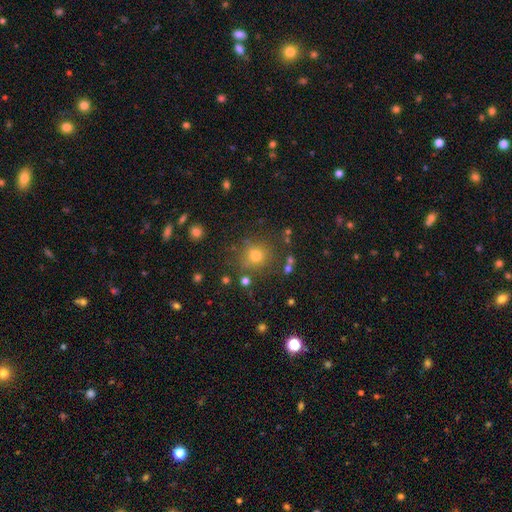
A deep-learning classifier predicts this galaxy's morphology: Q: Smooth or featured?
A: smooth (71%); runner-up: star or artifact (21%)
Q: How rounded?
A: round (90%); runner-up: in between (9%)
Q: Merging?
A: none (80%); runner-up: minor disturbance (10%)